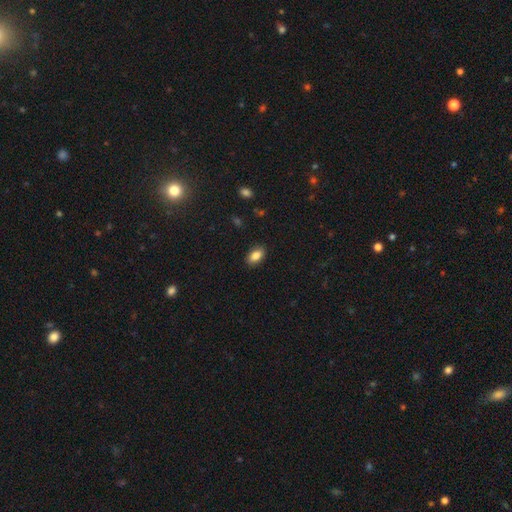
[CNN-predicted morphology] smooth-or-featured: smooth: 85% | star or artifact: 8% | featured or disk: 7%
  how-rounded: in between: 90% | round: 6% | cigar-shaped: 3%
  merging: none: 88% | minor disturbance: 9% | major disturbance: 2% | merger: 1%